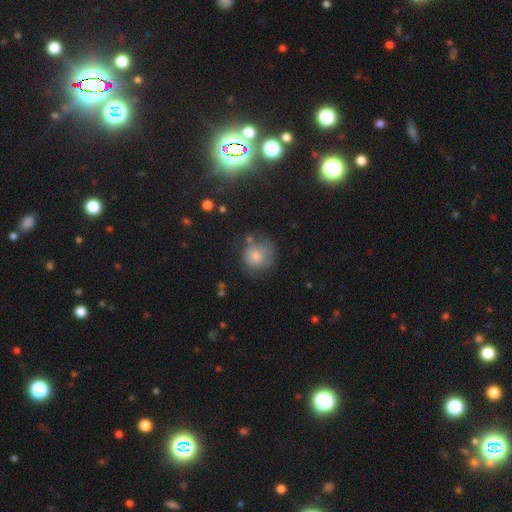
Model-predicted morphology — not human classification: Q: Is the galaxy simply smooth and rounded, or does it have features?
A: smooth — 70%.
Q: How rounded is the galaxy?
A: round — 83%.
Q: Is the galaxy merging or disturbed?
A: none — 49%.